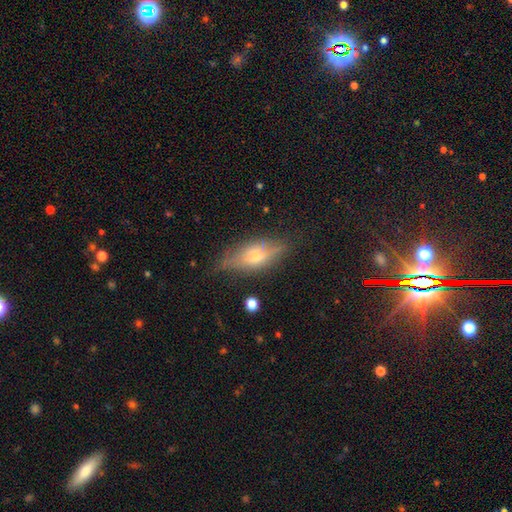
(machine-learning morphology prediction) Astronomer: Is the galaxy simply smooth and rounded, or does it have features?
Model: featured or disk — 54% (runner-up: smooth, 37%).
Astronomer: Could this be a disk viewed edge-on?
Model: yes — 84%.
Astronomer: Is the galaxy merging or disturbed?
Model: none — 74%.